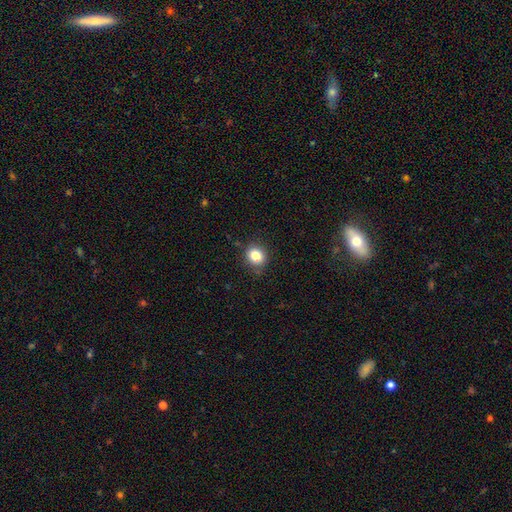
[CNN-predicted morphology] A smooth galaxy with no disk features (83%) that is round (70%). Merging: none (85%).